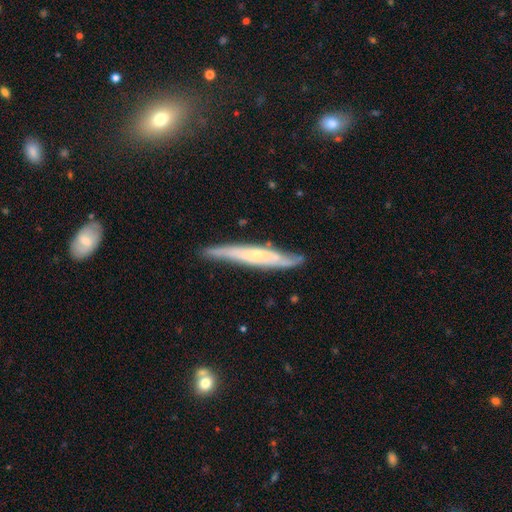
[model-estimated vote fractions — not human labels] Smooth or featured? Predicted: featured or disk (p=0.67). Edge-on disk? Predicted: yes (p=0.75). Edge-on bulge? Predicted: rounded (p=0.50). Merging? Predicted: none (p=0.76).